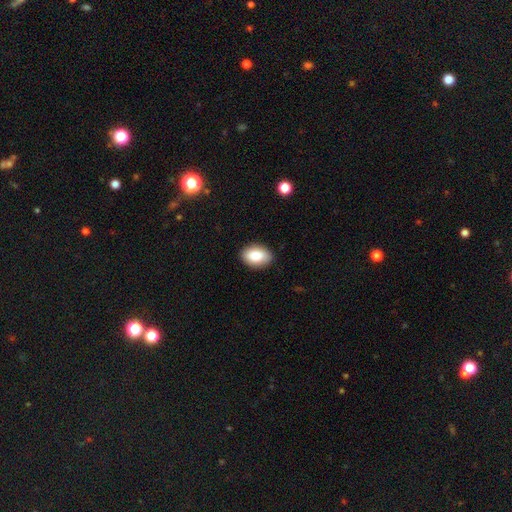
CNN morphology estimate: type=smooth (85%); roundness=in between (88%); merging=none (88%).